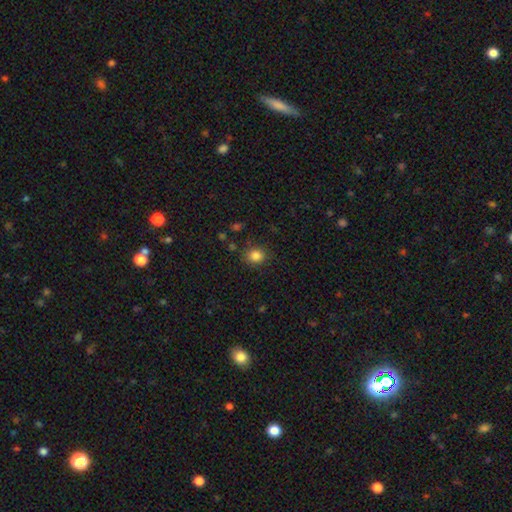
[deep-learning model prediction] smooth 84%, star or artifact 11%, featured or disk 5%. Down the decision tree: how rounded — round (71%); merging — none (83%).